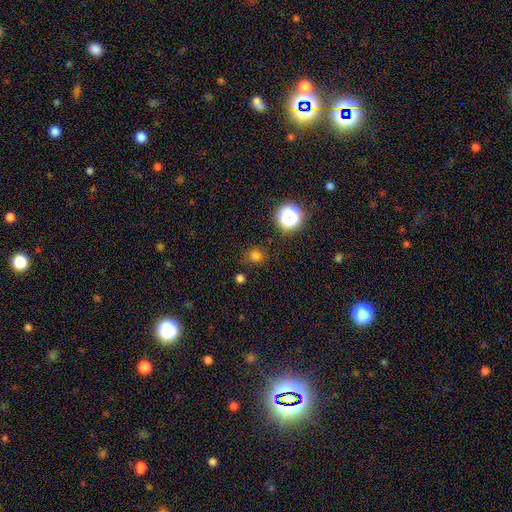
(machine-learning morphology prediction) smooth_or_featured: smooth (p=0.75) [alt: star or artifact p=0.20]
how_rounded: round (p=0.89) [alt: in between p=0.10]
merging: none (p=0.85) [alt: minor disturbance p=0.10]